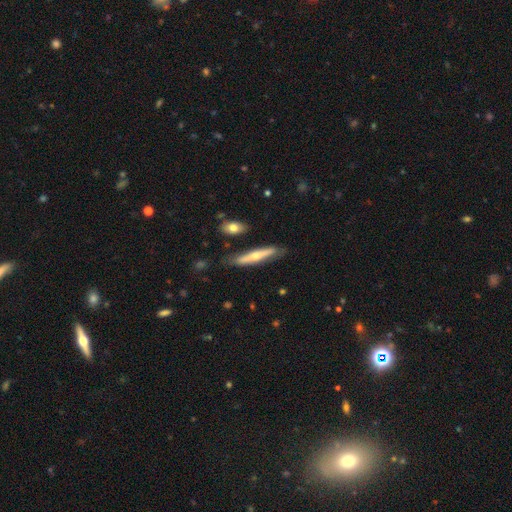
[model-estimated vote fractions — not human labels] featured or disk 52%, smooth 42%, star or artifact 6%. Down the decision tree: edge-on disk — yes (86%); merging — none (78%).